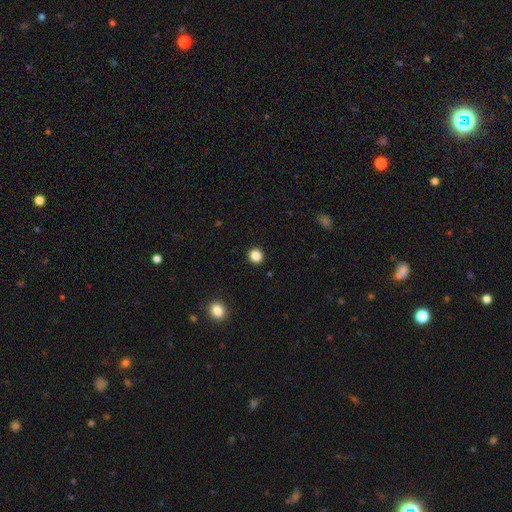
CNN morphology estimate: Overall: smooth (86%). How rounded: round (89%). Merging: none (93%).